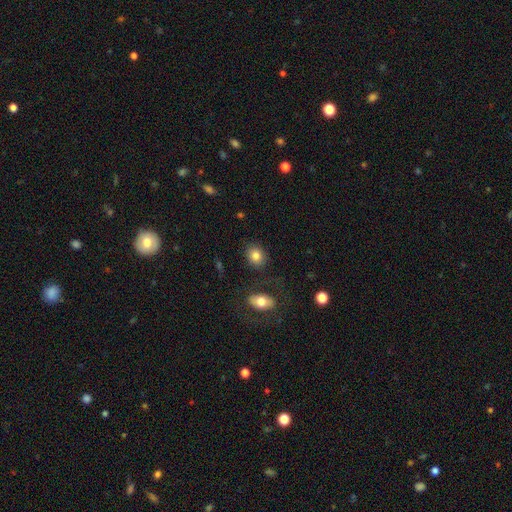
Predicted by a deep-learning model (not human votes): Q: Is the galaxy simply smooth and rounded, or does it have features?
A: smooth — 81%.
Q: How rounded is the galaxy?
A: round — 52%.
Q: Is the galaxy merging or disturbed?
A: none — 81%.